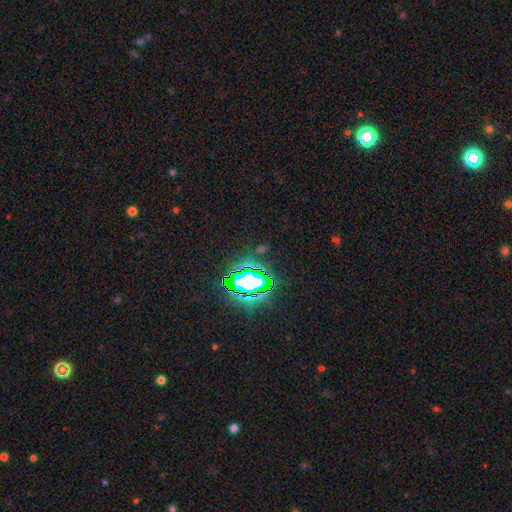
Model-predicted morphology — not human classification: Overall: star or artifact (80%).